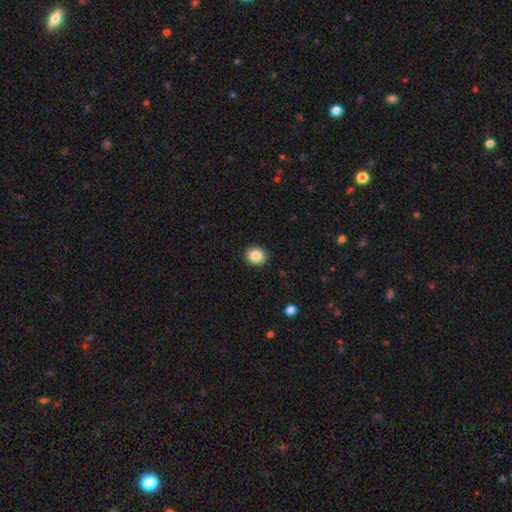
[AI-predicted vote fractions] smooth-or-featured: smooth: 88% | star or artifact: 9% | featured or disk: 4%
  how-rounded: round: 72% | in between: 27% | cigar-shaped: 1%
  merging: none: 91% | minor disturbance: 6% | major disturbance: 2% | merger: 1%